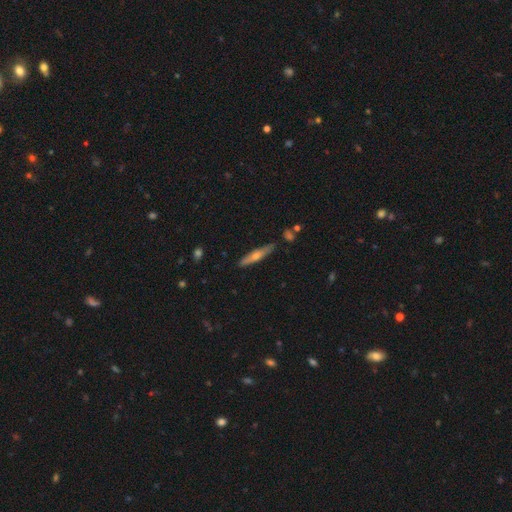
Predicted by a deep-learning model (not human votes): featured or disk 54%, smooth 39%, star or artifact 7%. Down the decision tree: edge-on disk — yes (92%); merging — none (86%).